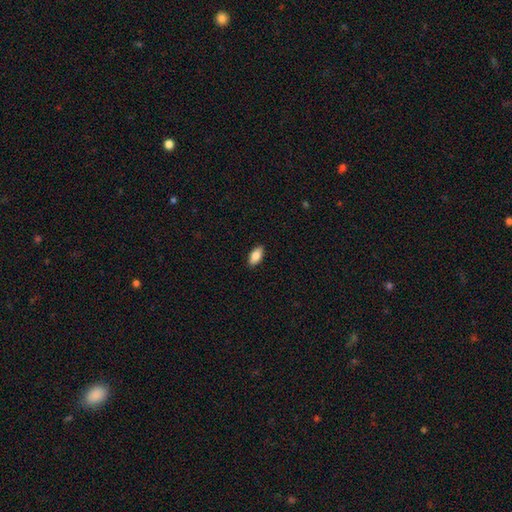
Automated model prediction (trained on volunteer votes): This is clearly a smooth galaxy (85%). How rounded: clearly in between (91%). Merging: clearly none (89%).